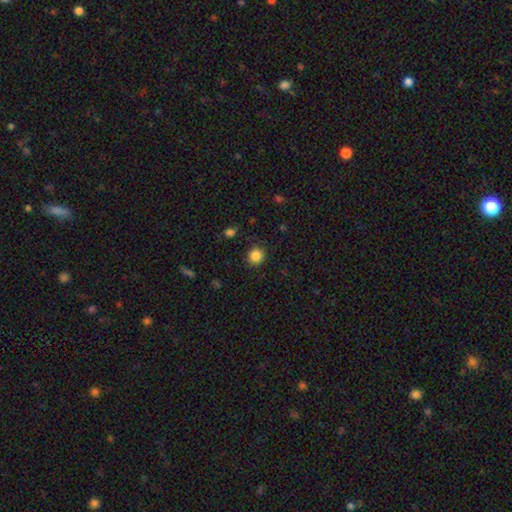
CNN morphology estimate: Smooth or featured?
  - smooth: 85% *
  - star or artifact: 11%
  - featured or disk: 4%
How rounded?
  - round: 91% *
  - in between: 8%
  - cigar-shaped: 1%
Merging?
  - none: 89% *
  - minor disturbance: 7%
  - major disturbance: 2%
  - merger: 1%